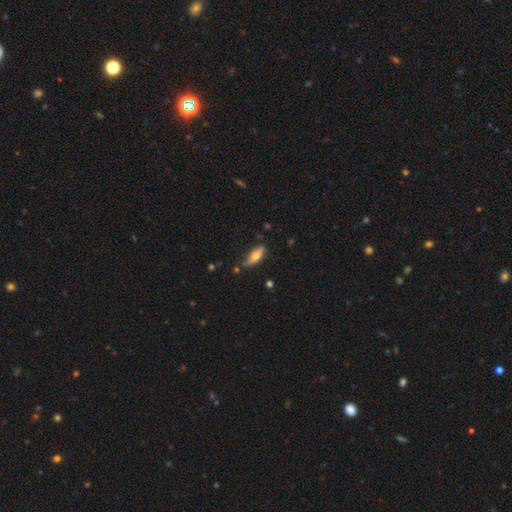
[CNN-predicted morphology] A smooth galaxy with no disk features (67%) that is in between round and cigar-shaped (63%).

Vote fractions:
- Smooth or featured? smooth: 67% / featured or disk: 27% / star or artifact: 6%
- How rounded? in between: 63% / cigar-shaped: 35% / round: 3%
- Merging? none: 77% / minor disturbance: 17% / merger: 3% / major disturbance: 3%